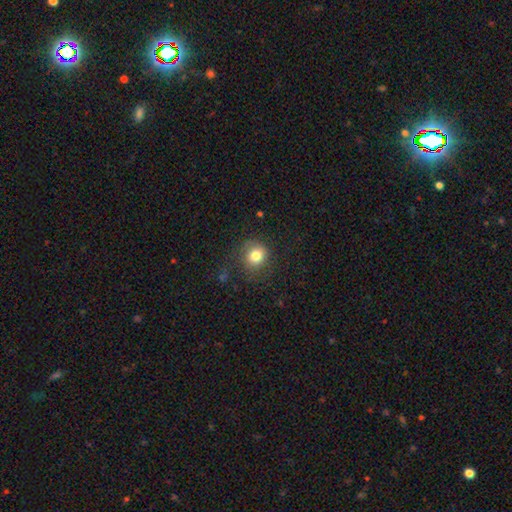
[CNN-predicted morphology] A smooth galaxy with no disk features (80%) that is round (86%). Merging: none (77%).